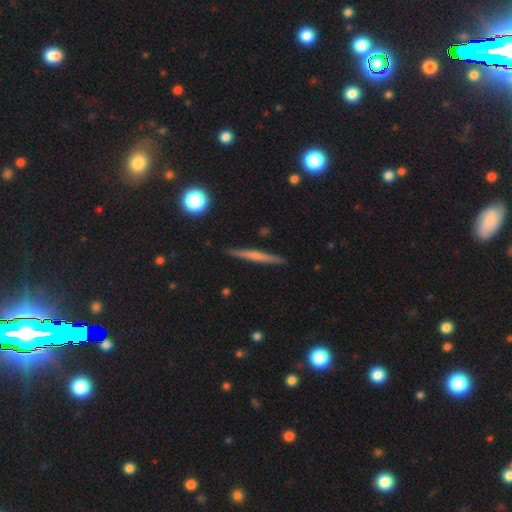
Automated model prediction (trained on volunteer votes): Smooth or featured? featured or disk (56%)
Edge-on disk? yes (97%)
Edge-on bulge? none (50%)
Merging? none (90%)